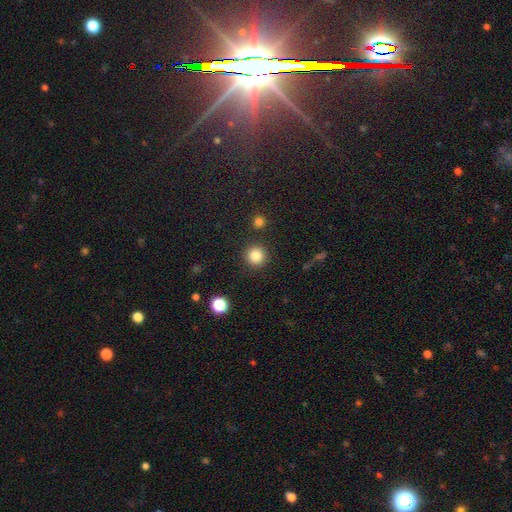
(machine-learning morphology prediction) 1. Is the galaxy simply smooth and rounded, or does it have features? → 84% smooth, 11% star or artifact, 5% featured or disk.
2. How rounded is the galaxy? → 93% round, 6% in between, 1% cigar-shaped.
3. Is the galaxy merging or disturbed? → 89% none, 6% minor disturbance, 3% merger, 2% major disturbance.